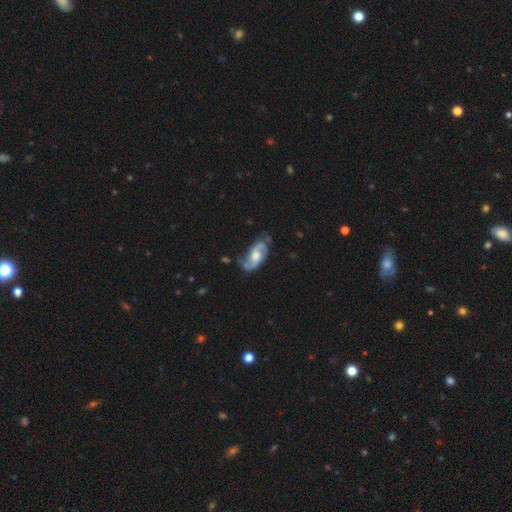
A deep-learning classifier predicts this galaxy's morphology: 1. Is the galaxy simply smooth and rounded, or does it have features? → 81% featured or disk, 14% smooth, 5% star or artifact.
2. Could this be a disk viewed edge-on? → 95% no, 5% yes.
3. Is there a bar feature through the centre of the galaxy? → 55% no, 37% weak, 9% strong.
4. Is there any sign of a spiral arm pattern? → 94% yes, 6% no.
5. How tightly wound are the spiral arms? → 46% medium, 36% loose, 18% tight.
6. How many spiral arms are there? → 88% 2, 6% can't tell, 3% 1, 2% 3, 1% 4, 1% more than 4.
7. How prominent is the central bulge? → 58% moderate, 18% large, 18% small, 5% none, 2% dominant.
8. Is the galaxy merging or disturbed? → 62% none, 24% minor disturbance, 11% major disturbance, 3% merger.